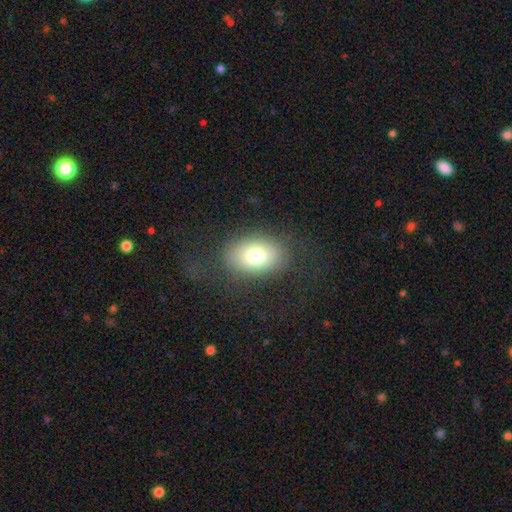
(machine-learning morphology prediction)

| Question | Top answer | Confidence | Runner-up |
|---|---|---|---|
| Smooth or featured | smooth | 75% | featured or disk (14%) |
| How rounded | in between | 78% | round (21%) |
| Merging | none | 78% | minor disturbance (12%) |